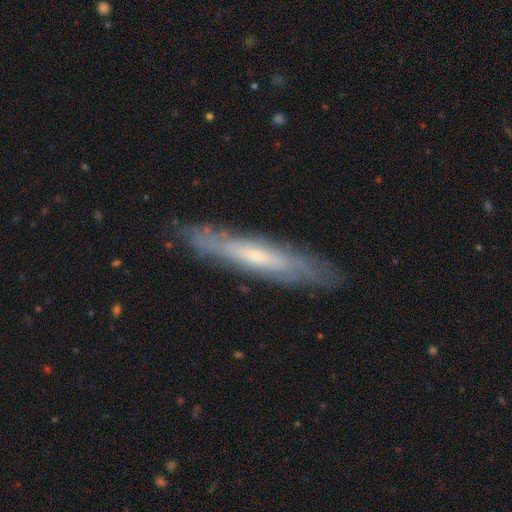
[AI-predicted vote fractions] smooth_or_featured: featured or disk (p=0.65) [alt: smooth p=0.28]
disk_edge_on: yes (p=0.67) [alt: no p=0.33]
merging: none (p=0.84) [alt: minor disturbance p=0.12]